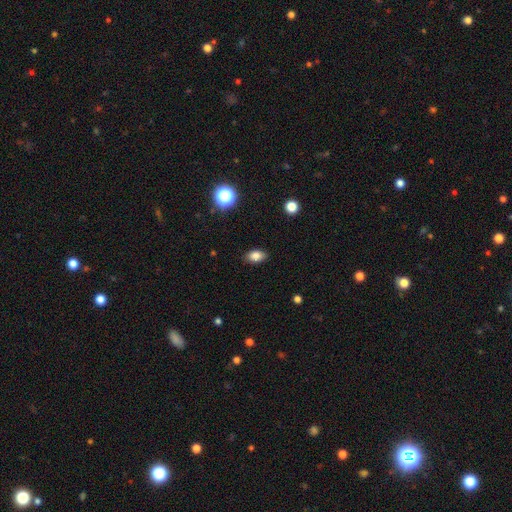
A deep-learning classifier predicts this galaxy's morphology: Q: Smooth or featured?
A: smooth (83%); runner-up: star or artifact (11%)
Q: How rounded?
A: in between (85%); runner-up: round (13%)
Q: Merging?
A: none (87%); runner-up: minor disturbance (10%)